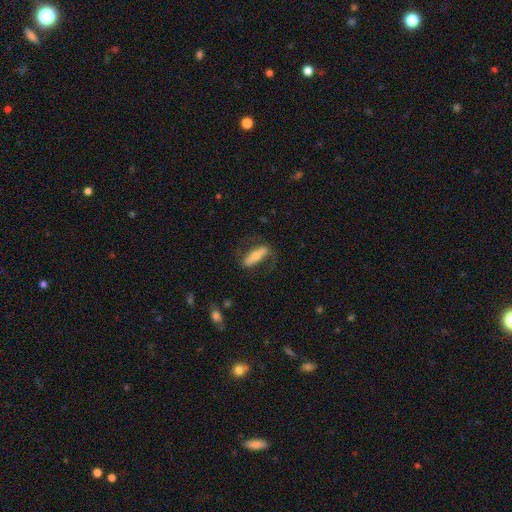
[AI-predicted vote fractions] Smooth or featured?
  - featured or disk: 48% *
  - smooth: 46%
  - star or artifact: 7%
Merging?
  - none: 70% *
  - minor disturbance: 17%
  - major disturbance: 11%
  - merger: 2%